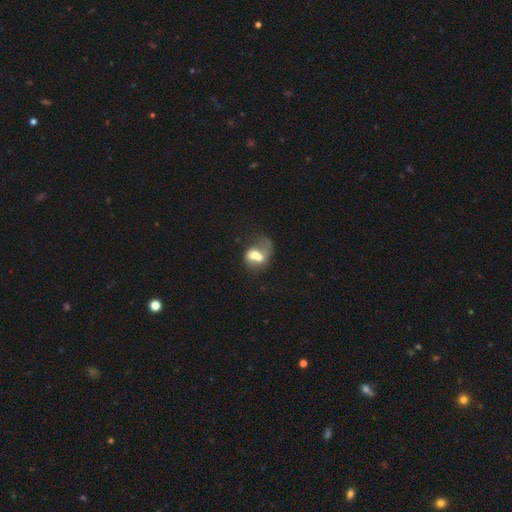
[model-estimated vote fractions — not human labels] A smooth galaxy with no disk features (50%).

Vote fractions:
- Smooth or featured? smooth: 50% / featured or disk: 40% / star or artifact: 10%
- Merging? merger: 45% / major disturbance: 27% / none: 16% / minor disturbance: 12%